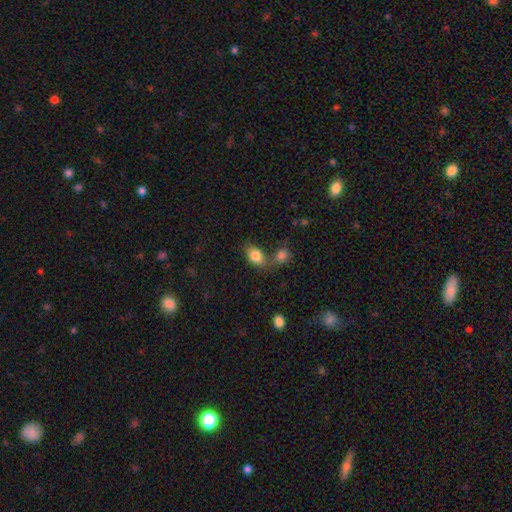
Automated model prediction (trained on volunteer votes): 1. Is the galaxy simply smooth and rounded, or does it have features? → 84% smooth, 9% star or artifact, 8% featured or disk.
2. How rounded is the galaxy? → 81% in between, 17% round, 2% cigar-shaped.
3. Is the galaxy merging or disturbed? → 47% none, 32% merger, 15% minor disturbance, 6% major disturbance.